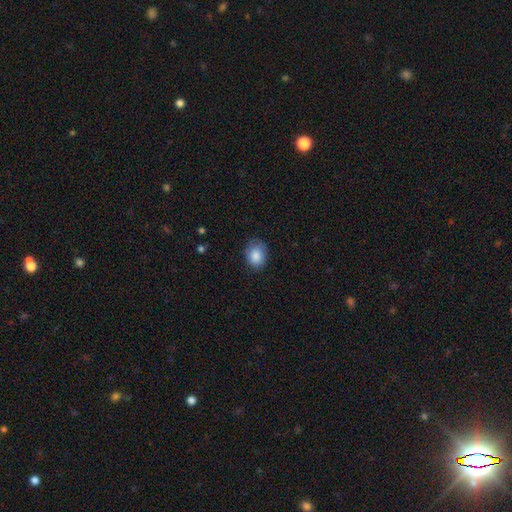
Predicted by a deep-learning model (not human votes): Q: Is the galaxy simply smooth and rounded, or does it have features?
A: smooth — 86%.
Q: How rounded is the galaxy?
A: in between — 59%.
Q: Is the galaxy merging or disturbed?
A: none — 72%.